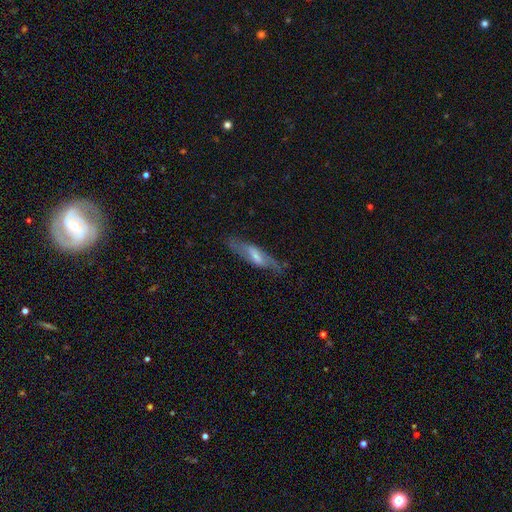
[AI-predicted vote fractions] Morphology: type=featured or disk (58%); edge-on=no (53%); merging=none (75%).